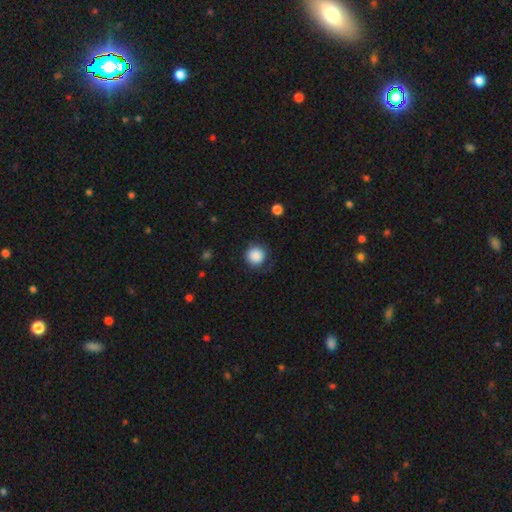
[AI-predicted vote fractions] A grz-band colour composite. It shows a smooth galaxy with no disk features (88%) that is round (95%). Merging: none (81%).